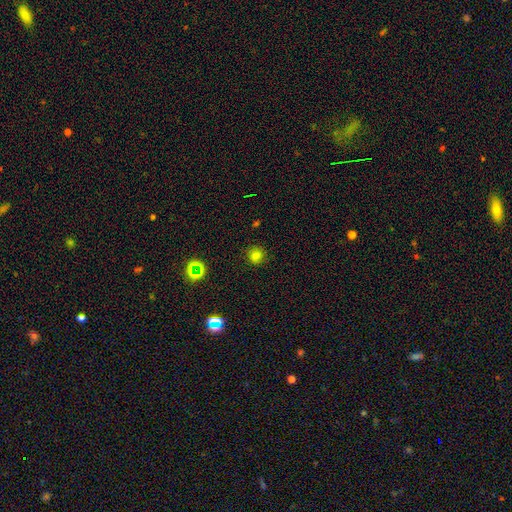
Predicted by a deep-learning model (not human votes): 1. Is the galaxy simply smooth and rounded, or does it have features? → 74% smooth, 20% star or artifact, 6% featured or disk.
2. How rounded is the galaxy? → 88% round, 11% in between, 1% cigar-shaped.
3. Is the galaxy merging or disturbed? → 86% none, 10% minor disturbance, 3% major disturbance, 1% merger.